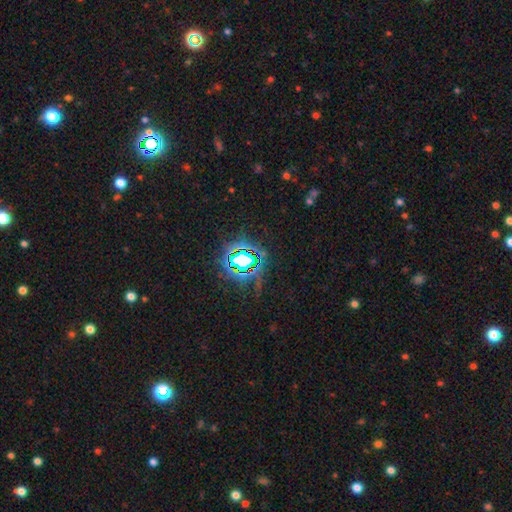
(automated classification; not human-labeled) Smooth or featured? star or artifact (82%)